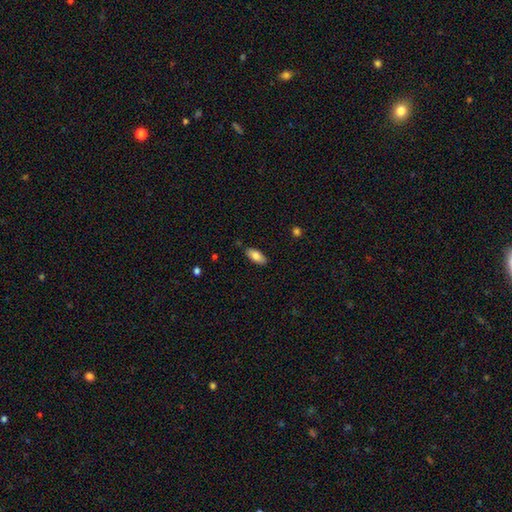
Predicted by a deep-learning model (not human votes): Q: Smooth or featured?
A: smooth (81%); runner-up: featured or disk (12%)
Q: How rounded?
A: in between (86%); runner-up: cigar-shaped (12%)
Q: Merging?
A: none (85%); runner-up: minor disturbance (11%)